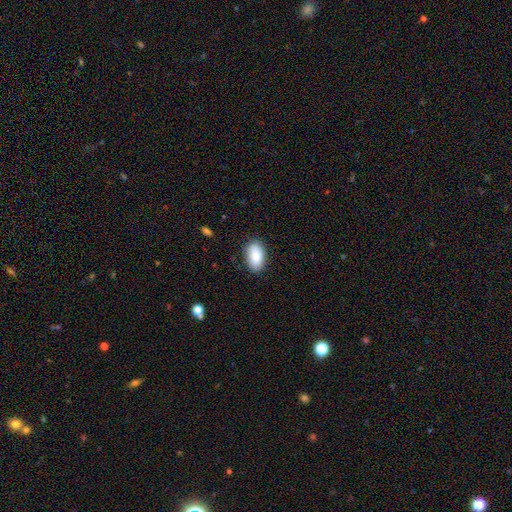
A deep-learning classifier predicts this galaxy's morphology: Smooth or featured? smooth (87%)
How rounded? in between (93%)
Merging? none (84%)